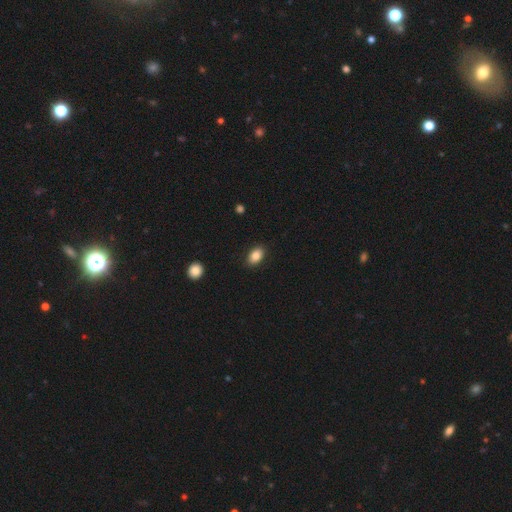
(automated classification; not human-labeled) Smooth or featured? Predicted: smooth (p=0.86). How rounded? Predicted: in between (p=0.88). Merging? Predicted: none (p=0.88).